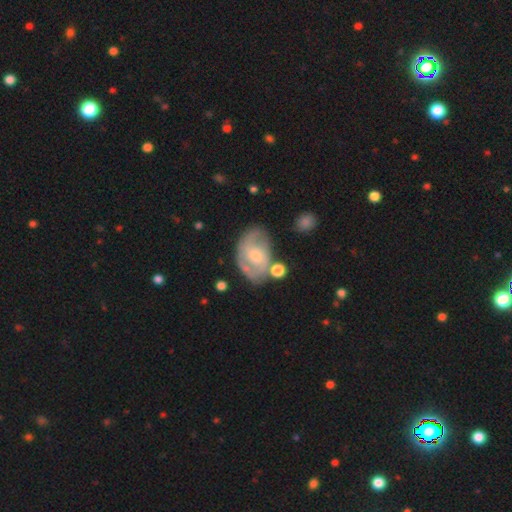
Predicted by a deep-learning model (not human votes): Q: Smooth or featured?
A: featured or disk (69%); runner-up: smooth (25%)
Q: Edge-on disk?
A: no (96%); runner-up: yes (4%)
Q: Bar?
A: no (67%); runner-up: weak (28%)
Q: Spiral arms?
A: yes (80%); runner-up: no (20%)
Q: Spiral winding?
A: tight (46%); runner-up: medium (39%)
Q: Spiral arm count?
A: 2 (55%); runner-up: can't tell (27%)
Q: Bulge size?
A: small (59%); runner-up: moderate (34%)
Q: Merging?
A: none (60%); runner-up: minor disturbance (22%)